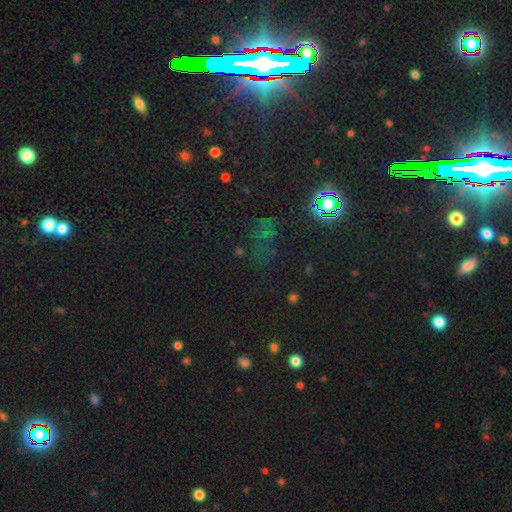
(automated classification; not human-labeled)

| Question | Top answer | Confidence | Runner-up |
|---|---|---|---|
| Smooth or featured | star or artifact | 76% | smooth (15%) |